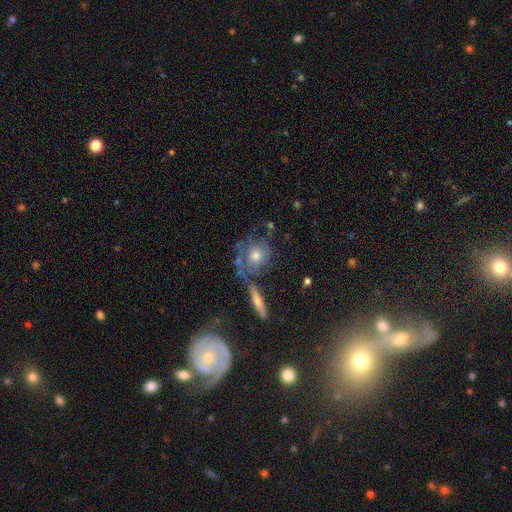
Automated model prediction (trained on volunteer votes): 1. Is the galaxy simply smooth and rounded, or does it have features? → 53% featured or disk, 35% smooth, 12% star or artifact.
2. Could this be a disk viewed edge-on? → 83% no, 17% yes.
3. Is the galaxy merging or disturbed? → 51% none, 19% minor disturbance, 16% merger, 13% major disturbance.